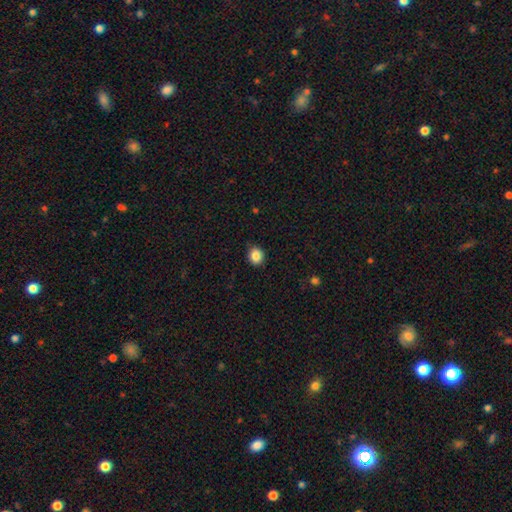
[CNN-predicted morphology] Smooth or featured: smooth — 86% (star or artifact — 10%)
How rounded: round — 76% (in between — 23%)
Merging: none — 88% (minor disturbance — 9%)